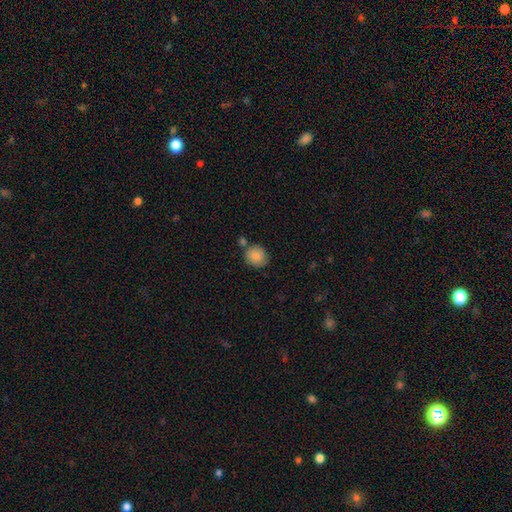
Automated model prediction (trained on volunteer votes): Smooth or featured? smooth (85%)
How rounded? round (81%)
Merging? none (71%)